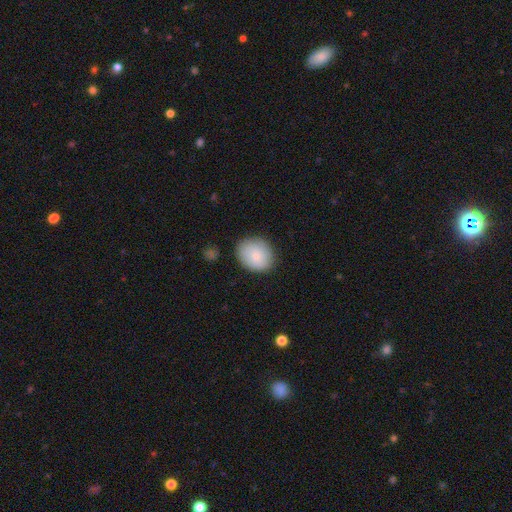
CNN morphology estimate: A smooth galaxy with no disk features (82%) that is round (62%). Merging: none (81%).